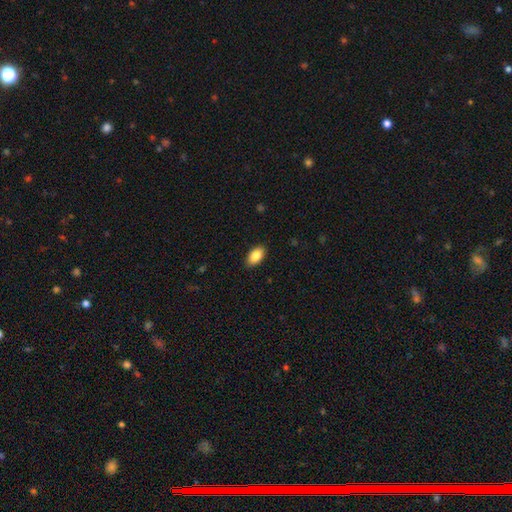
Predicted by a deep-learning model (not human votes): Q: Smooth or featured?
A: smooth (87%); runner-up: star or artifact (7%)
Q: How rounded?
A: in between (93%); runner-up: round (4%)
Q: Merging?
A: none (89%); runner-up: minor disturbance (8%)